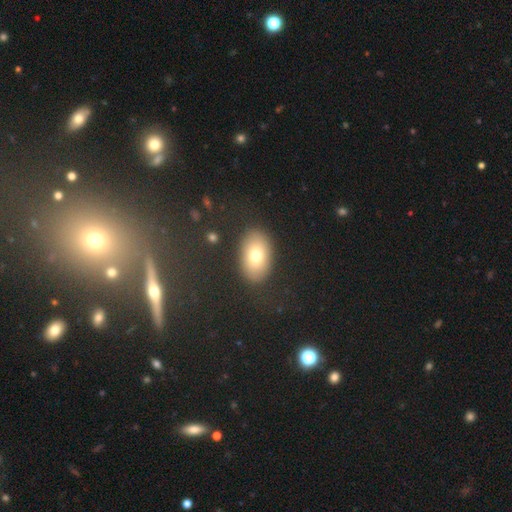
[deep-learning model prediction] smooth 75%, featured or disk 16%, star or artifact 9%. Down the decision tree: how rounded — in between (88%); merging — none (86%).